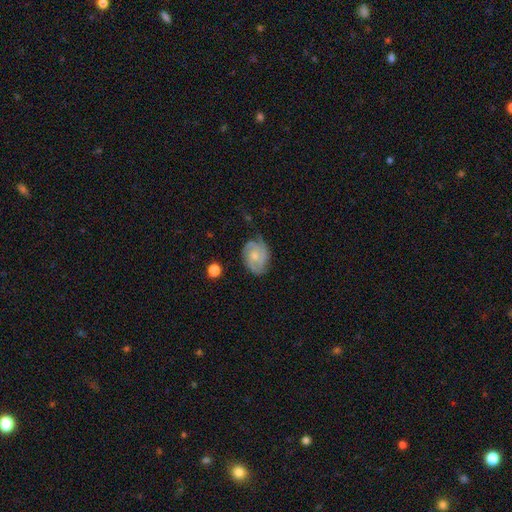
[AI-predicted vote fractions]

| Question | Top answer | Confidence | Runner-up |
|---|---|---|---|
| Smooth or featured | featured or disk | 73% | smooth (21%) |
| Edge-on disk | no | 97% | yes (3%) |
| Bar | no | 70% | weak (26%) |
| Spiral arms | yes | 93% | no (7%) |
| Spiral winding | tight | 51% | medium (38%) |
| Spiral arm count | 2 | 38% | 3 (28%) |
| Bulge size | small | 47% | moderate (44%) |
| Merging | none | 63% | minor disturbance (26%) |